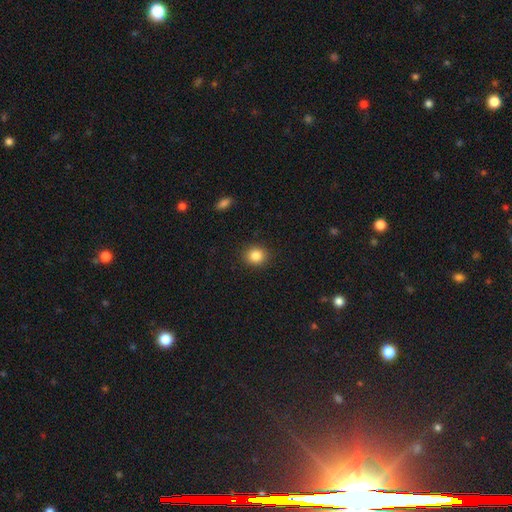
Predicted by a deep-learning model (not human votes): Q: Smooth or featured?
A: smooth (85%); runner-up: star or artifact (10%)
Q: How rounded?
A: round (79%); runner-up: in between (20%)
Q: Merging?
A: none (90%); runner-up: minor disturbance (7%)